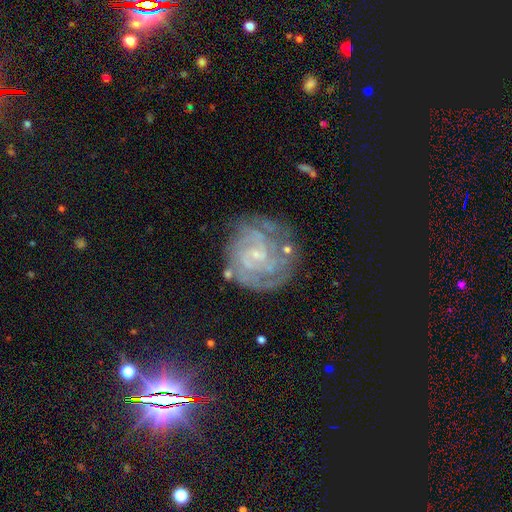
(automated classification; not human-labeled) The model was most divided on "spiral arm count": can't tell: 30%, 2: 28%, 3: 21%, 4: 10%, more than 4: 6%, 1: 6%. More confident: edge-on disk — no (98%); spiral arms — yes (94%); smooth or featured — featured or disk (85%); bulge size — small (77%); spiral winding — tight (68%); merging — none (68%); bar — no (51%).